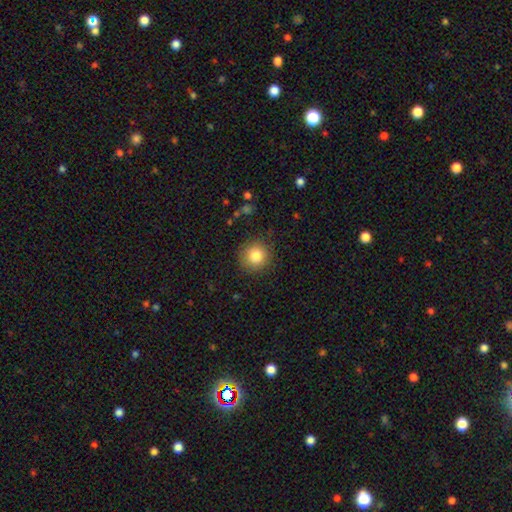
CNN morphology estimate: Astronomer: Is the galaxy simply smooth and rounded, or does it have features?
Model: smooth — 82%.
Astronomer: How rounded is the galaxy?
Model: round — 93%.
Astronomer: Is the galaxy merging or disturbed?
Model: none — 87%.